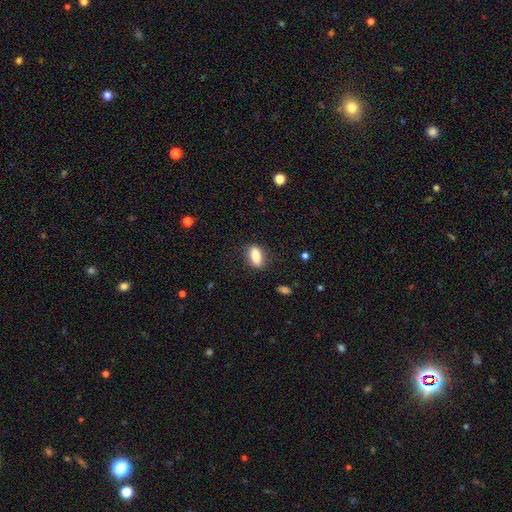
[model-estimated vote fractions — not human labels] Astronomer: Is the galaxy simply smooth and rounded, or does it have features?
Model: smooth — 83%.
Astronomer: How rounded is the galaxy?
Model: in between — 82%.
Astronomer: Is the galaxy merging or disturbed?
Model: none — 82%.